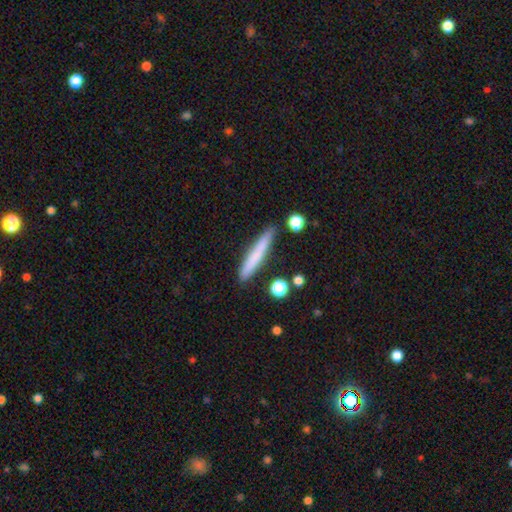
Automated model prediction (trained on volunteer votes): Smooth or featured? Predicted: smooth (p=0.72). How rounded? Predicted: cigar-shaped (p=0.94). Merging? Predicted: none (p=0.84).